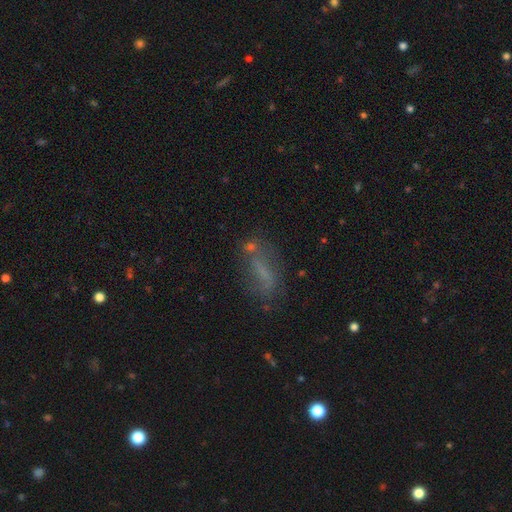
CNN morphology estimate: type=smooth (48%); merging=none (54%).